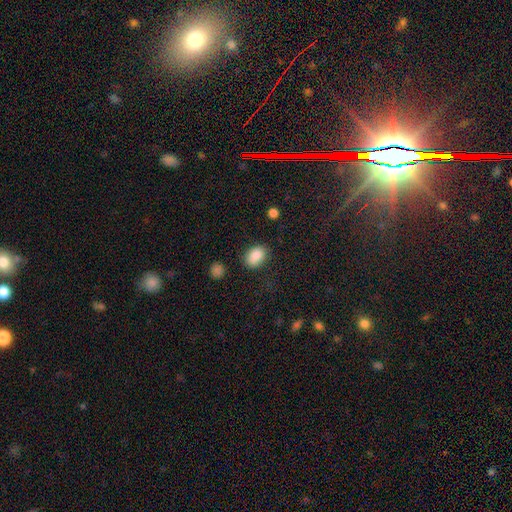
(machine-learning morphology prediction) Smooth or featured? Predicted: smooth (p=0.87). How rounded? Predicted: in between (p=0.80). Merging? Predicted: none (p=0.78).